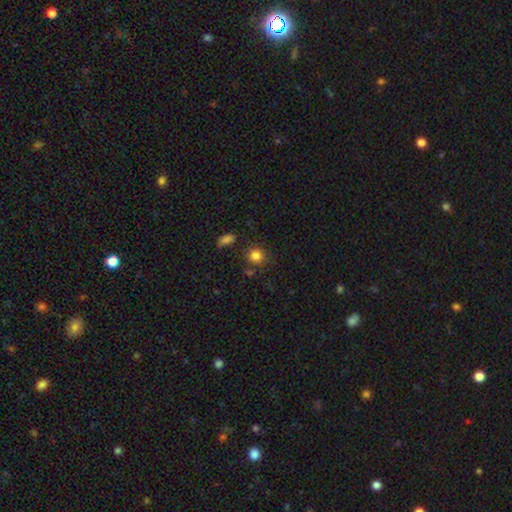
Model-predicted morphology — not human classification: Smooth or featured: smooth — 84% (star or artifact — 11%)
How rounded: round — 87% (in between — 12%)
Merging: none — 79% (minor disturbance — 11%)